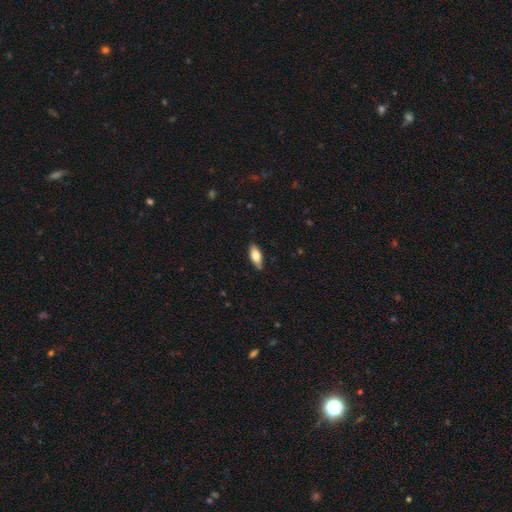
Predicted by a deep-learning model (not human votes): Smooth or featured? Predicted: smooth (p=0.78). How rounded? Predicted: in between (p=0.82). Merging? Predicted: none (p=0.83).